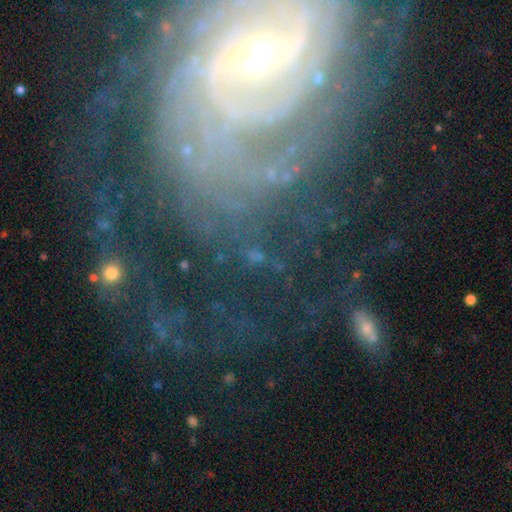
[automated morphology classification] Q: Smooth or featured?
A: star or artifact (52%); runner-up: featured or disk (26%)